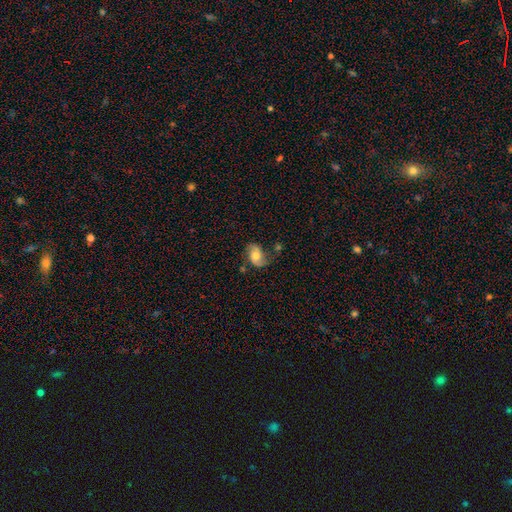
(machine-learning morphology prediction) smooth-or-featured: featured or disk: 66% | smooth: 26% | star or artifact: 8%
  disk-edge-on: no: 97% | yes: 3%
    bar: no: 66% | weak: 28% | strong: 6%
    has-spiral-arms: yes: 92% | no: 8%
      spiral-winding: loose: 47% | medium: 39% | tight: 15%
      spiral-arm-count: 2: 86% | 1: 6% | can't tell: 5% | 3: 1% | 4: 1% | more than 4: 1%
    bulge-size: moderate: 63% | small: 23% | large: 9% | none: 3% | dominant: 2%
  merging: none: 60% | minor disturbance: 23% | major disturbance: 10% | merger: 6%